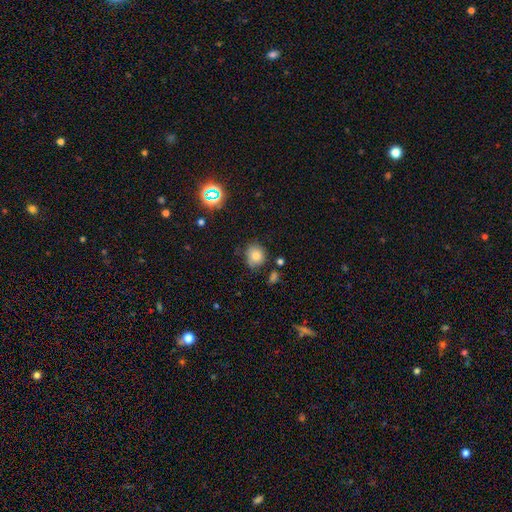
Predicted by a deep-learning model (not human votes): A smooth galaxy with no disk features (78%) that is round (80%).

Vote fractions:
- Smooth or featured? smooth: 78% / star or artifact: 13% / featured or disk: 9%
- How rounded? round: 80% / in between: 19% / cigar-shaped: 1%
- Merging? none: 71% / minor disturbance: 20% / merger: 5% / major disturbance: 4%